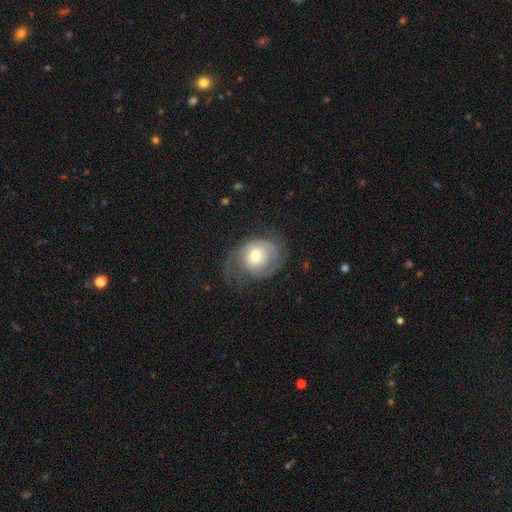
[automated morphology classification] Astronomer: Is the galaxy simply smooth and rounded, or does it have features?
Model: featured or disk — 54% (runner-up: smooth, 38%).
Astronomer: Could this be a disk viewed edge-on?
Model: no — 96%.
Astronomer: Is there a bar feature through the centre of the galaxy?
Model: no — 77%.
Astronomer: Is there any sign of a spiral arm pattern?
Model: yes — 72%.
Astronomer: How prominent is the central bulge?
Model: moderate — 61%.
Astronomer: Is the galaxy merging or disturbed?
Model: none — 48% (runner-up: minor disturbance, 26%).